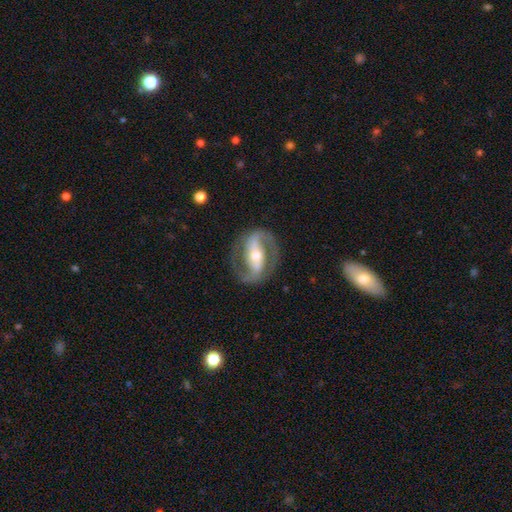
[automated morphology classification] smooth_or_featured: featured or disk (p=0.88) [alt: smooth p=0.07]
disk_edge_on: no (p=0.95) [alt: yes p=0.05]
bar: strong (p=0.61) [alt: weak p=0.23]
has_spiral_arms: yes (p=0.92) [alt: no p=0.08]
spiral_winding: medium (p=0.52) [alt: tight p=0.29]
spiral_arm_count: 2 (p=0.92) [alt: can't tell p=0.03]
bulge_size: moderate (p=0.56) [alt: small p=0.38]
merging: none (p=0.83) [alt: minor disturbance p=0.10]